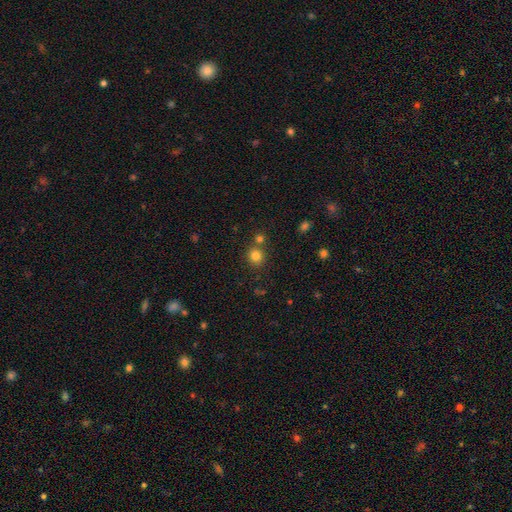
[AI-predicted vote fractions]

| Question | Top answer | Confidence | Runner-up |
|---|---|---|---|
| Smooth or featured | smooth | 81% | star or artifact (14%) |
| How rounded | round | 88% | in between (11%) |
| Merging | none | 72% | merger (18%) |